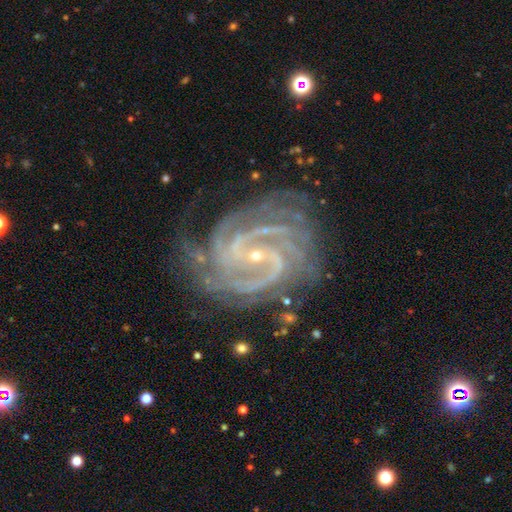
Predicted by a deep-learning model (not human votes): smooth_or_featured: featured or disk (p=0.93) [alt: star or artifact p=0.05]
disk_edge_on: no (p=0.98) [alt: yes p=0.02]
bar: weak (p=0.38) [alt: no p=0.34]
has_spiral_arms: yes (p=0.99) [alt: no p=0.01]
spiral_winding: tight (p=0.64) [alt: medium p=0.32]
spiral_arm_count: 2 (p=0.25) [alt: 3 p=0.23]
bulge_size: small (p=0.87) [alt: moderate p=0.09]
merging: none (p=0.73) [alt: minor disturbance p=0.17]